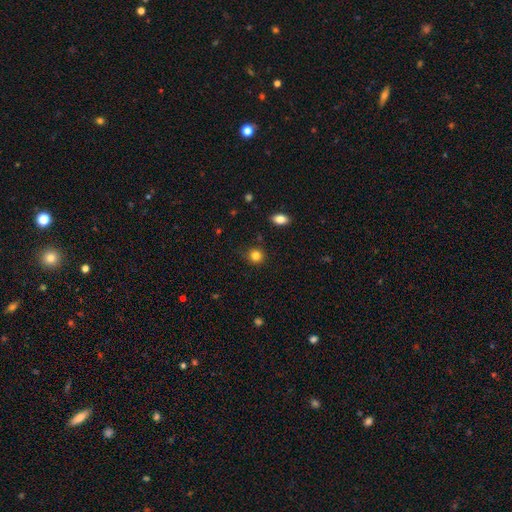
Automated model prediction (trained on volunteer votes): The model was most divided on "smooth or featured": smooth: 83%, star or artifact: 12%, featured or disk: 5%. More confident: how rounded — round (88%); merging — none (83%).